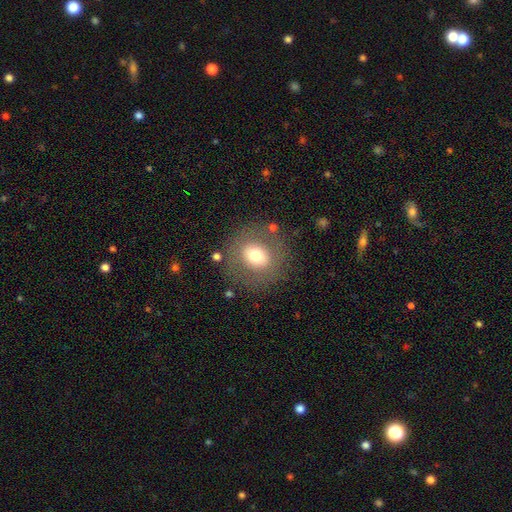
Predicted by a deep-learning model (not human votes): The model was most divided on "smooth or featured": smooth: 63%, featured or disk: 26%, star or artifact: 11%. More confident: how rounded — round (84%); merging — none (80%).